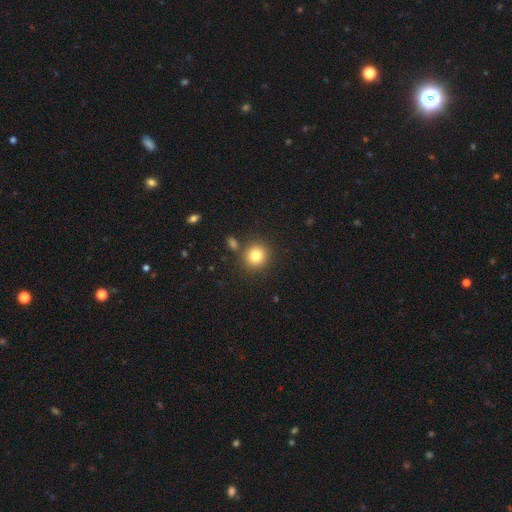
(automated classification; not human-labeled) Overall: smooth (81%). How rounded: round (90%). Merging: none (82%).